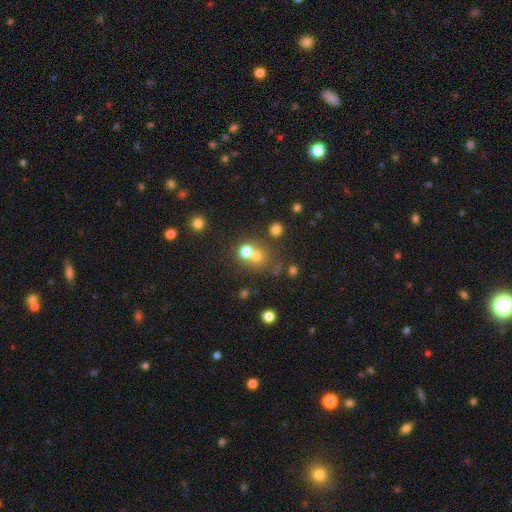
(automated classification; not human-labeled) Smooth or featured?
  - smooth: 66% *
  - star or artifact: 21%
  - featured or disk: 13%
How rounded?
  - round: 83% *
  - in between: 16%
  - cigar-shaped: 1%
Merging?
  - none: 50% *
  - merger: 39%
  - minor disturbance: 7%
  - major disturbance: 4%